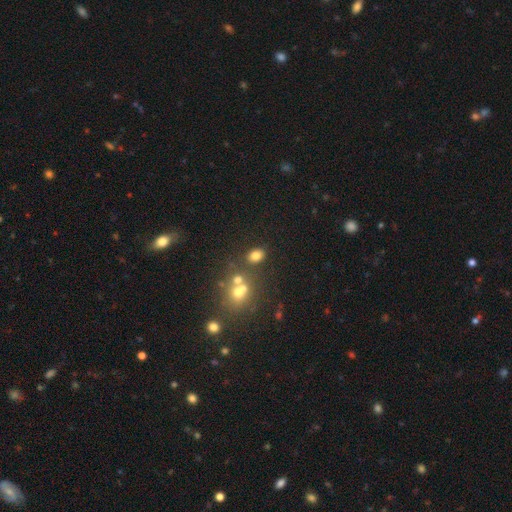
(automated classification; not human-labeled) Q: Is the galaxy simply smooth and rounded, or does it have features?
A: smooth — 75%.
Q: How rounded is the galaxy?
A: in between — 65%.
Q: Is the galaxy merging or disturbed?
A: none — 71%.